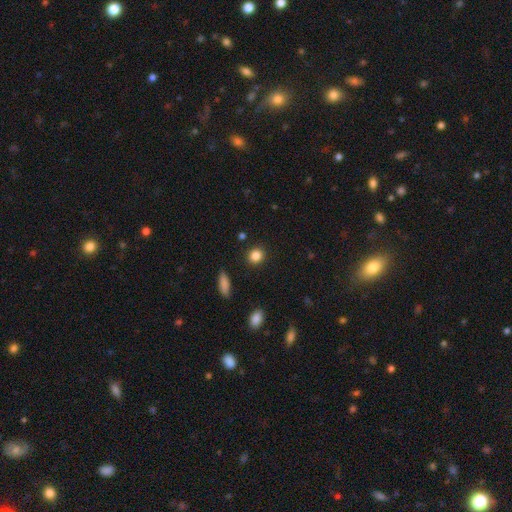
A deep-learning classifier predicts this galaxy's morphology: smooth 85%, star or artifact 10%, featured or disk 5%. Down the decision tree: how rounded — round (78%); merging — none (90%).